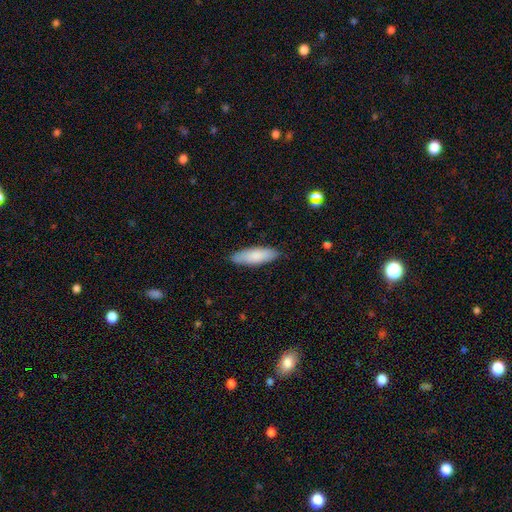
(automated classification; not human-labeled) Smooth or featured? smooth (83%)
How rounded? in between (51%)
Merging? none (86%)